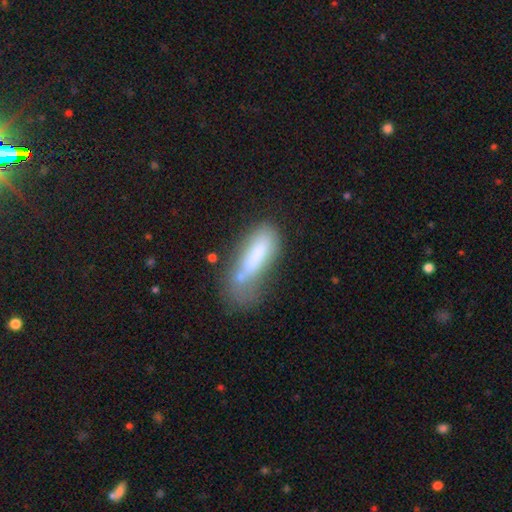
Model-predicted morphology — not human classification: Smooth or featured?
  - smooth: 68% *
  - featured or disk: 23%
  - star or artifact: 9%
How rounded?
  - cigar-shaped: 59% *
  - in between: 39%
  - round: 2%
Merging?
  - none: 29% *
  - major disturbance: 28%
  - minor disturbance: 26%
  - merger: 17%